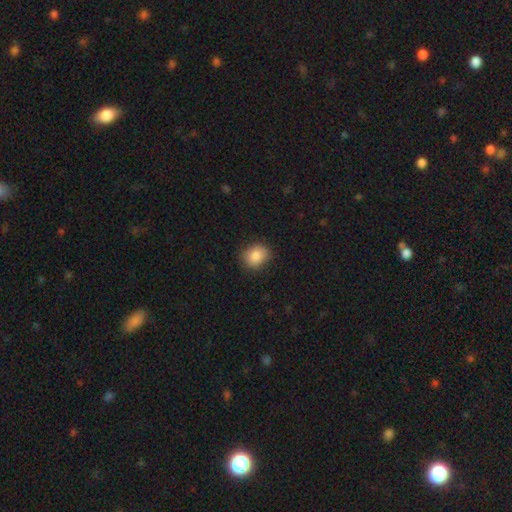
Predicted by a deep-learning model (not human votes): A smooth galaxy with no disk features (86%) that is round (65%). Merging: none (84%).